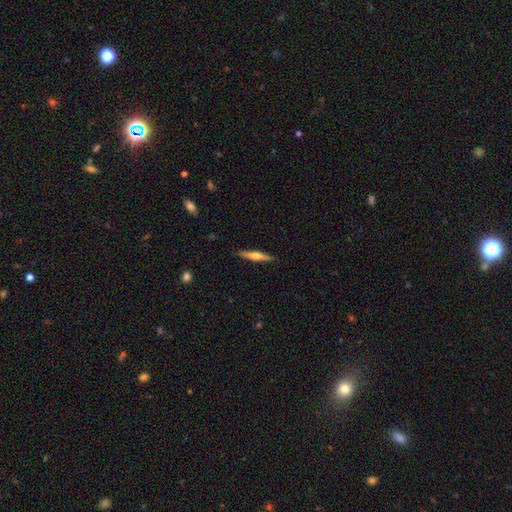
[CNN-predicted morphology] A featured or disk galaxy (58%) viewed edge-on (97%) with a rounded central bulge (83%).

Vote fractions:
- Smooth or featured? featured or disk: 58% / smooth: 36% / star or artifact: 5%
- Edge-on disk? yes: 97% / no: 3%
- Edge-on bulge? rounded: 83% / boxy: 9% / none: 8%
- Merging? none: 90% / minor disturbance: 7% / major disturbance: 1% / merger: 1%